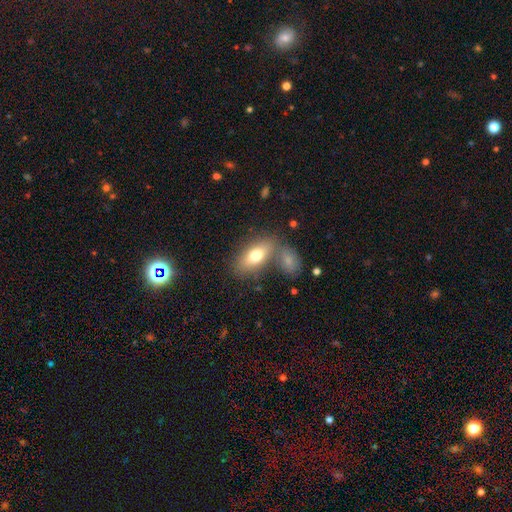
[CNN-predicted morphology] This is likely a smooth galaxy (73%). How rounded: clearly in between (87%). Merging: possibly none (57%).